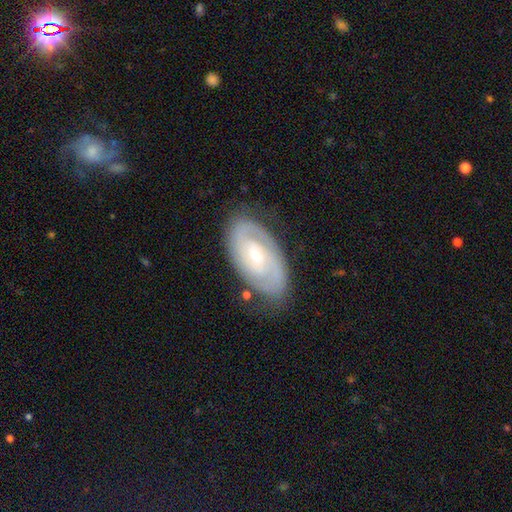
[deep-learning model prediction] featured or disk 81%, smooth 14%, star or artifact 5%. Down the decision tree: edge-on disk — no (95%); bar — weak (47%); spiral arms — yes (93%); spiral arm count — 2 (69%); spiral winding — tight (64%); bulge size — small (60%); merging — none (77%).